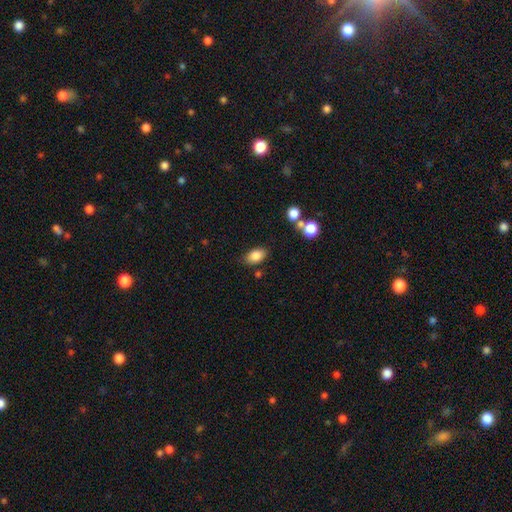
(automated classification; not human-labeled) smooth 85%, star or artifact 9%, featured or disk 7%. Down the decision tree: how rounded — in between (89%); merging — none (80%).